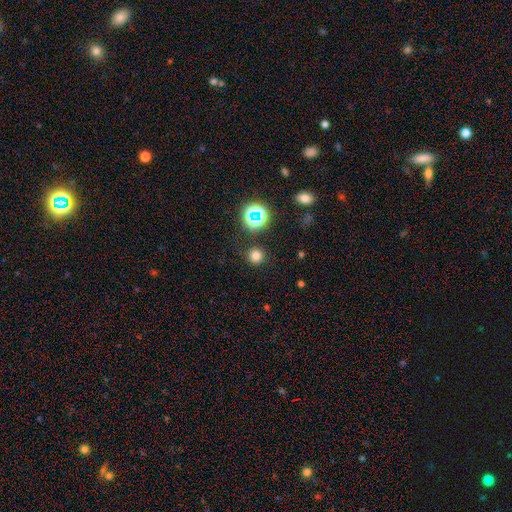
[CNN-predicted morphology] Overall: smooth (74%). How rounded: round (95%). Merging: none (89%).